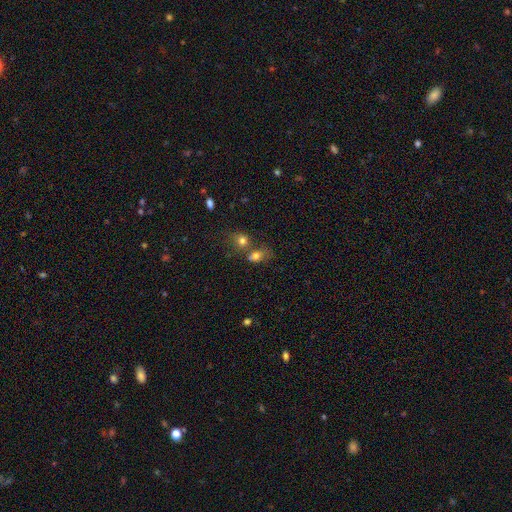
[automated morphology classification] A smooth galaxy with no disk features (75%) that is in between round and cigar-shaped (54%). Merging: merger (50%).